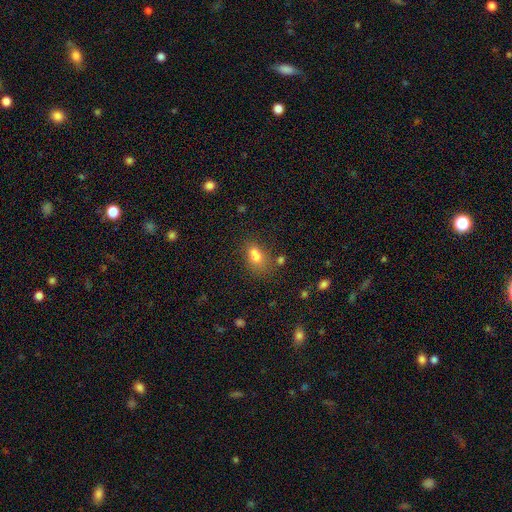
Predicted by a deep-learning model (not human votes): Smooth or featured? Predicted: smooth (p=0.74). How rounded? Predicted: in between (p=0.71). Merging? Predicted: none (p=0.40).